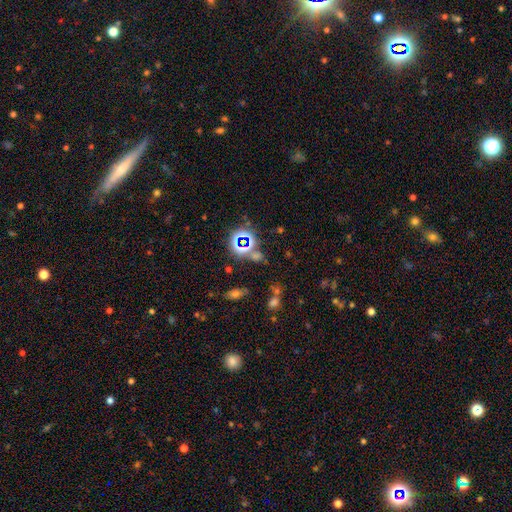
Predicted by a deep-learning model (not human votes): Smooth or featured: star or artifact — 69% (smooth — 22%)